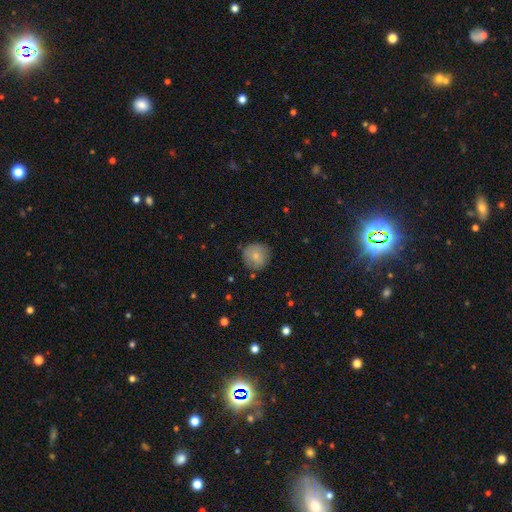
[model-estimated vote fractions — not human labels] Smooth or featured? Predicted: smooth (p=0.69). How rounded? Predicted: round (p=0.91). Merging? Predicted: none (p=0.77).